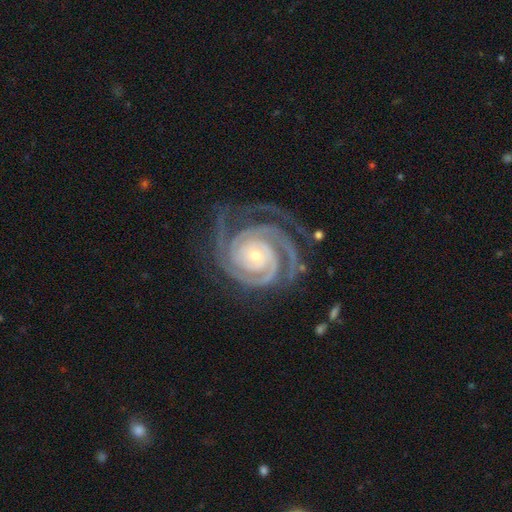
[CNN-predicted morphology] smooth-or-featured: featured or disk: 94% | star or artifact: 4% | smooth: 2%
  disk-edge-on: no: 98% | yes: 2%
    bar: no: 70% | weak: 18% | strong: 13%
    has-spiral-arms: yes: 99% | no: 1%
      spiral-winding: tight: 83% | medium: 15% | loose: 2%
      spiral-arm-count: 2: 52% | 3: 26% | 4: 7% | can't tell: 7% | more than 4: 5% | 1: 4%
    bulge-size: small: 69% | moderate: 28% | large: 2% | none: 1% | dominant: 1%
  merging: none: 71% | minor disturbance: 17% | major disturbance: 10% | merger: 2%